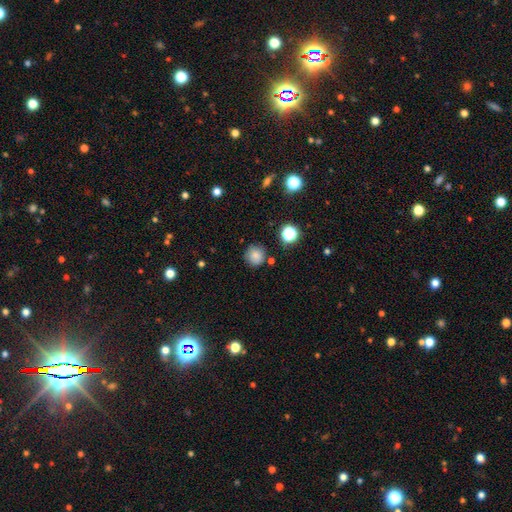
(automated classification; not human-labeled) The model was most divided on "smooth or featured": smooth: 81%, star or artifact: 13%, featured or disk: 6%. More confident: how rounded — round (92%); merging — none (82%).